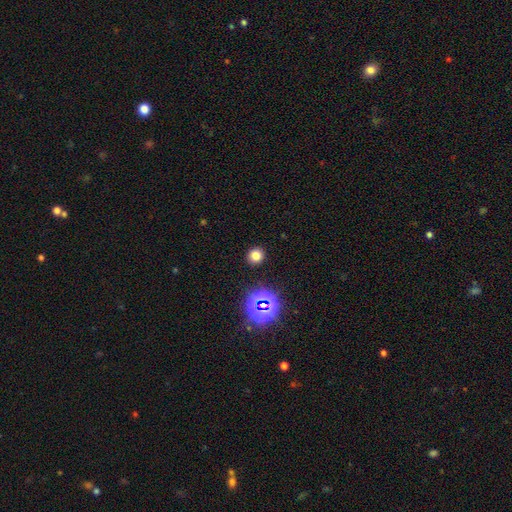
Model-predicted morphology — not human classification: smooth 74%, star or artifact 21%, featured or disk 6%. Down the decision tree: how rounded — round (87%); merging — none (91%).